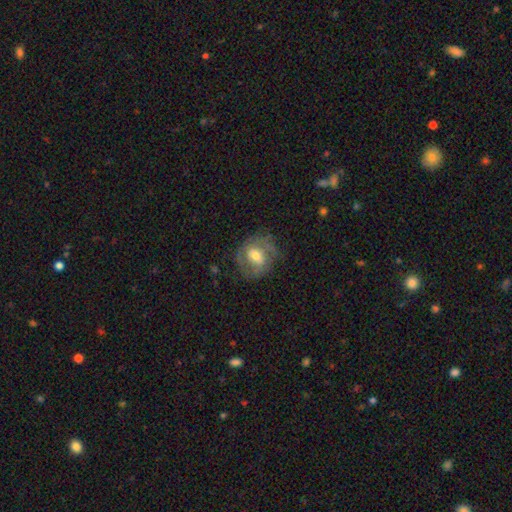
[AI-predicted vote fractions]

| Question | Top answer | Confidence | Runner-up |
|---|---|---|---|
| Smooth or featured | featured or disk | 54% | smooth (39%) |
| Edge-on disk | no | 96% | yes (4%) |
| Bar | weak | 43% | no (42%) |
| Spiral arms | yes | 66% | no (34%) |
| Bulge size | moderate | 63% | small (21%) |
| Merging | none | 65% | minor disturbance (21%) |